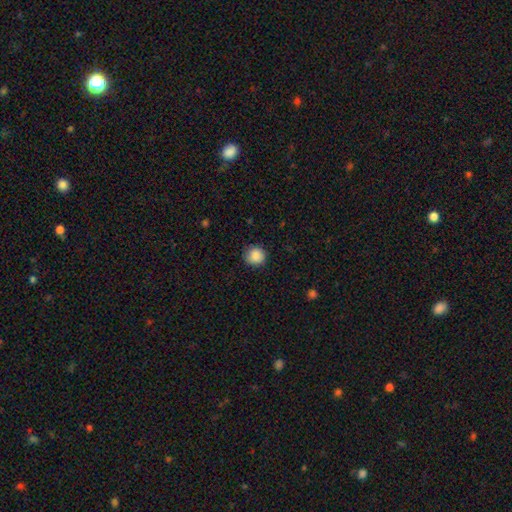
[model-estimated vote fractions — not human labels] A smooth galaxy with no disk features (88%) that is round (92%). Merging: none (87%).